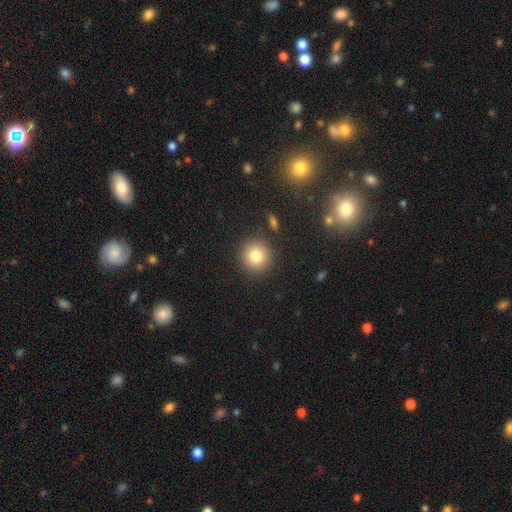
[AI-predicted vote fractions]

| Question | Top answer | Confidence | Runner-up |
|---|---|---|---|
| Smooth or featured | smooth | 82% | star or artifact (11%) |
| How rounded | round | 92% | in between (7%) |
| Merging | none | 89% | minor disturbance (7%) |